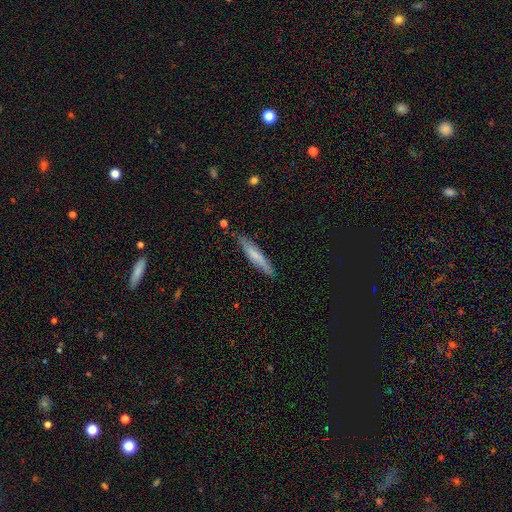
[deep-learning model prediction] A smooth galaxy with no disk features (64%) that is cigar-shaped (91%).

Vote fractions:
- Smooth or featured? smooth: 64% / featured or disk: 30% / star or artifact: 6%
- How rounded? cigar-shaped: 91% / in between: 8% / round: 1%
- Merging? none: 83% / minor disturbance: 13% / major disturbance: 2% / merger: 2%